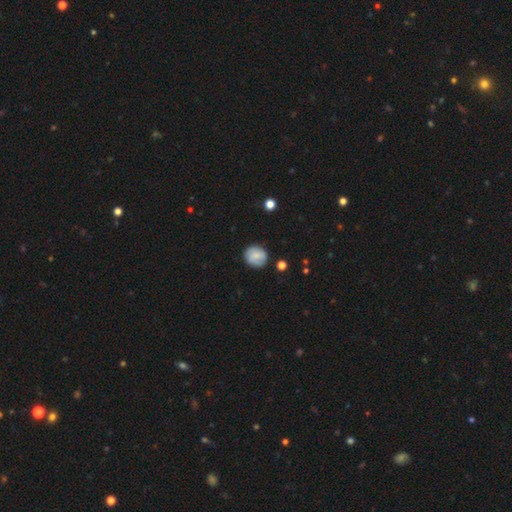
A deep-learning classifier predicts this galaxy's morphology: type=smooth (72%); roundness=round (80%); merging=none (82%).